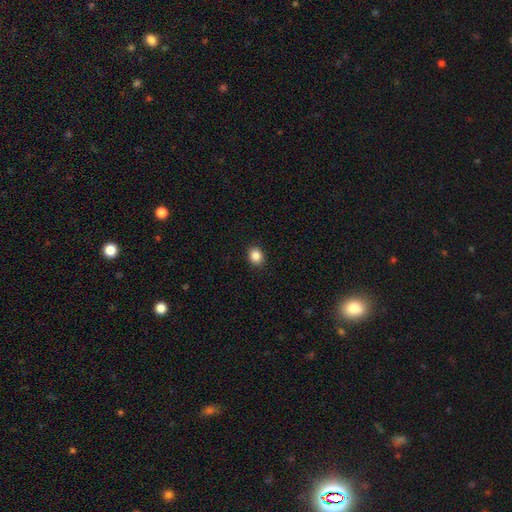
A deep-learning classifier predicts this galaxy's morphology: Q: Smooth or featured?
A: smooth (87%); runner-up: star or artifact (10%)
Q: How rounded?
A: round (62%); runner-up: in between (38%)
Q: Merging?
A: none (91%); runner-up: minor disturbance (6%)